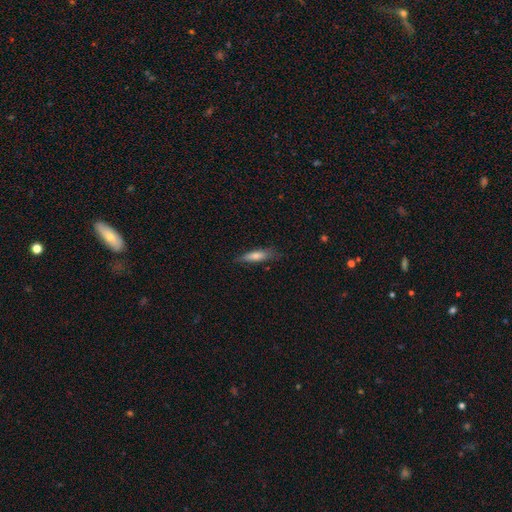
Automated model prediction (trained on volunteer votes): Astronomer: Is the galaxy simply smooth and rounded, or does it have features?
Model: smooth — 68%.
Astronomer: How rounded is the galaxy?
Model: cigar-shaped — 67%.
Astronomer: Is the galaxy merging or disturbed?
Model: none — 76%.